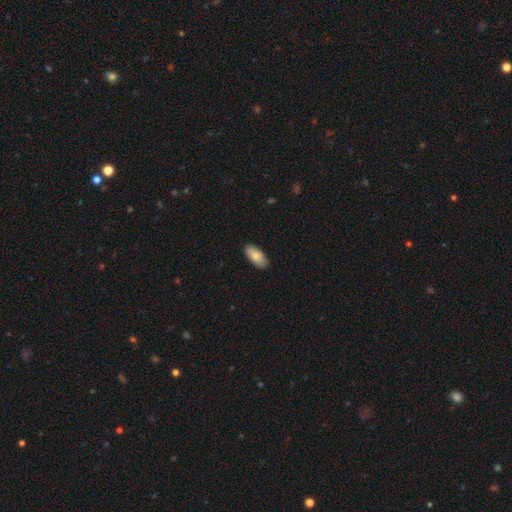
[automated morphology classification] Q: Smooth or featured?
A: smooth (86%); runner-up: featured or disk (8%)
Q: How rounded?
A: in between (90%); runner-up: cigar-shaped (8%)
Q: Merging?
A: none (89%); runner-up: minor disturbance (9%)